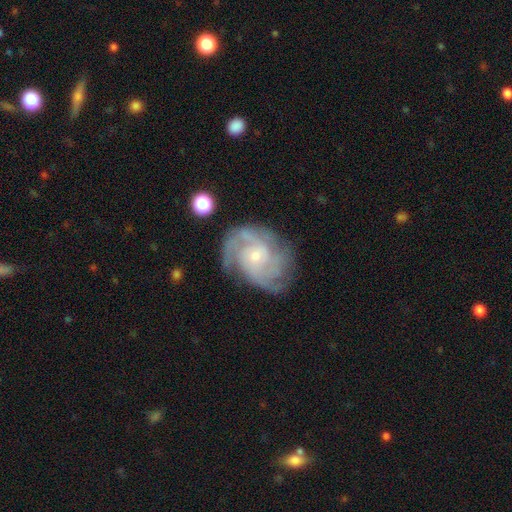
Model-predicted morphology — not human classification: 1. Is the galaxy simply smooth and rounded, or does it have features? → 87% featured or disk, 8% smooth, 6% star or artifact.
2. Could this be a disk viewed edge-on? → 98% no, 2% yes.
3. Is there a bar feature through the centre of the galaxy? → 69% no, 26% weak, 5% strong.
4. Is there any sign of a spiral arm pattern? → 96% yes, 4% no.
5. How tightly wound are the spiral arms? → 49% tight, 41% medium, 10% loose.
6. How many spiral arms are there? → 29% 3, 26% 2, 21% can't tell, 12% 4, 6% 1, 6% more than 4.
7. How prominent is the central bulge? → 71% small, 24% moderate, 2% none, 2% large, 1% dominant.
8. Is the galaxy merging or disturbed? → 71% none, 19% minor disturbance, 9% major disturbance, 2% merger.